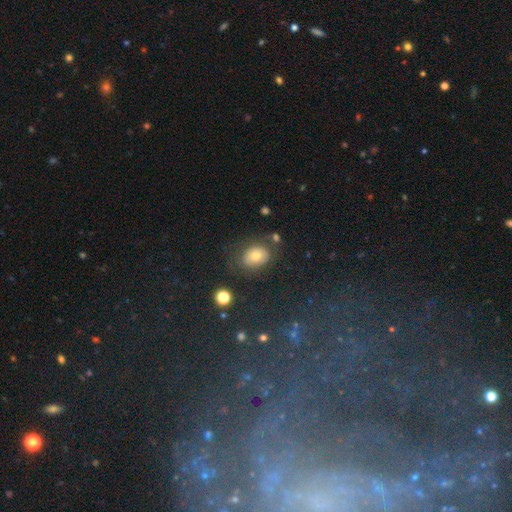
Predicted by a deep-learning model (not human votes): Smooth or featured? smooth (68%)
How rounded? in between (66%)
Merging? none (71%)